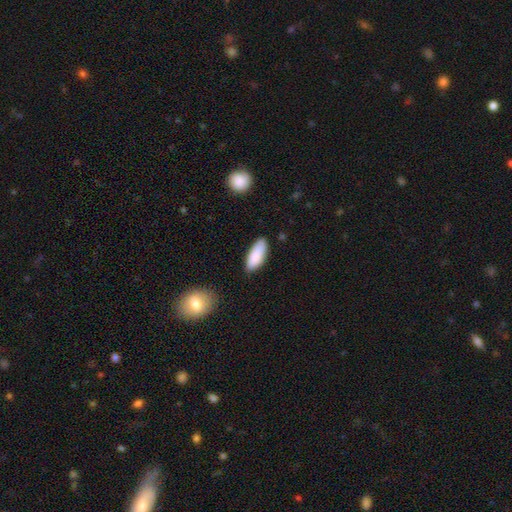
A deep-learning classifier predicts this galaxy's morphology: Smooth or featured: smooth — 87% (featured or disk — 7%)
How rounded: in between — 76% (cigar-shaped — 22%)
Merging: none — 80% (minor disturbance — 15%)